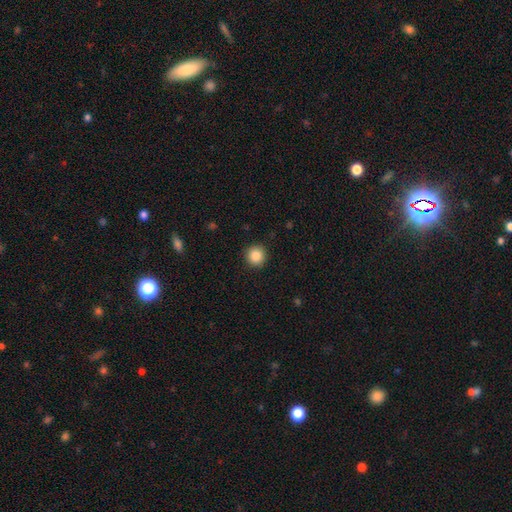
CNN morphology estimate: This appears to be a smooth galaxy with no disk features (86%) that is round (95%). Merging: none (92%).